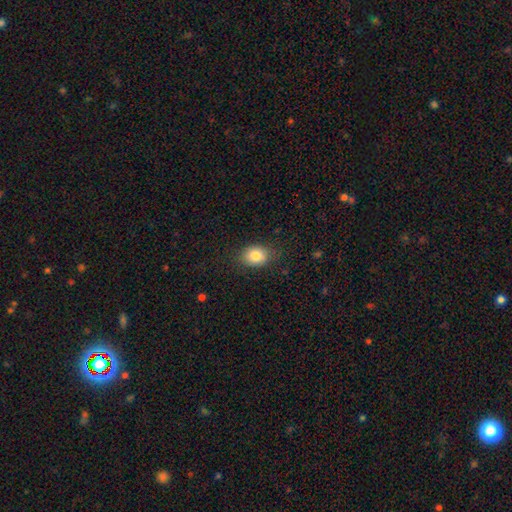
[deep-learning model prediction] This is clearly a smooth galaxy (83%). How rounded: possibly in between (59%). Merging: clearly none (83%).